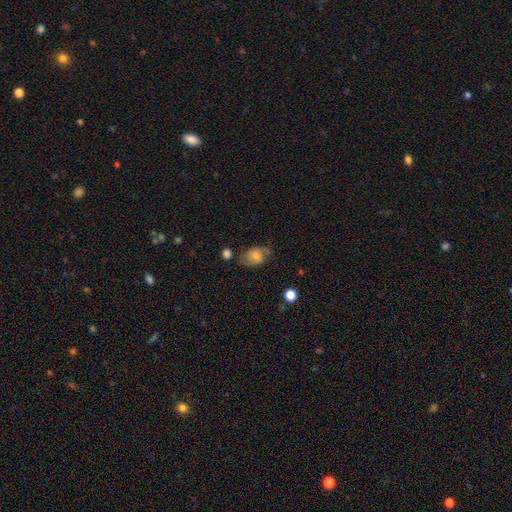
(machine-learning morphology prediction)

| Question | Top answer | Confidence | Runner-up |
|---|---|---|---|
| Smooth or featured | smooth | 46% | featured or disk (45%) |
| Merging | none | 61% | minor disturbance (24%) |